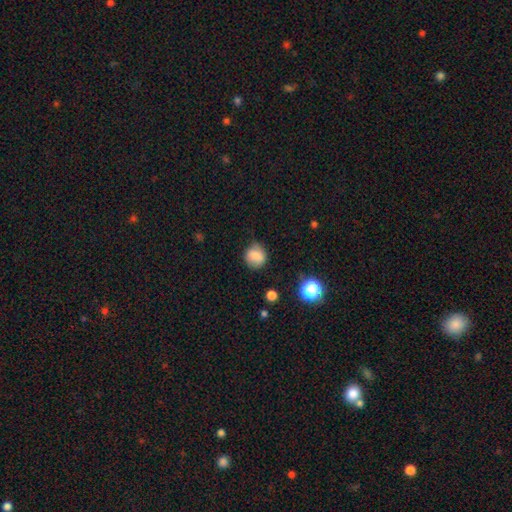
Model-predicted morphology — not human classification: A smooth galaxy with no disk features (80%) that is round (80%). Merging: none (72%).